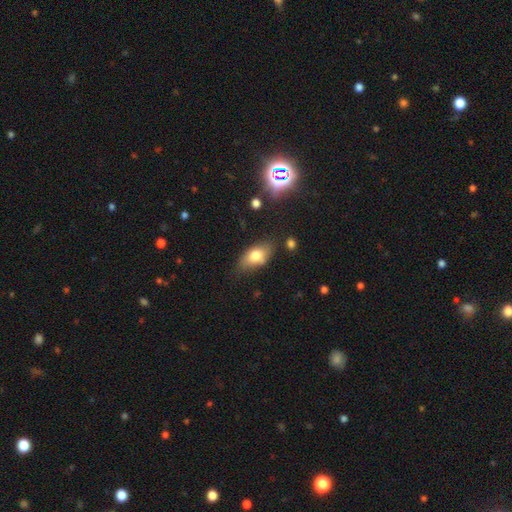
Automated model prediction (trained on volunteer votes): Q: Smooth or featured?
A: smooth (74%); runner-up: featured or disk (17%)
Q: How rounded?
A: in between (88%); runner-up: round (7%)
Q: Merging?
A: none (70%); runner-up: minor disturbance (21%)